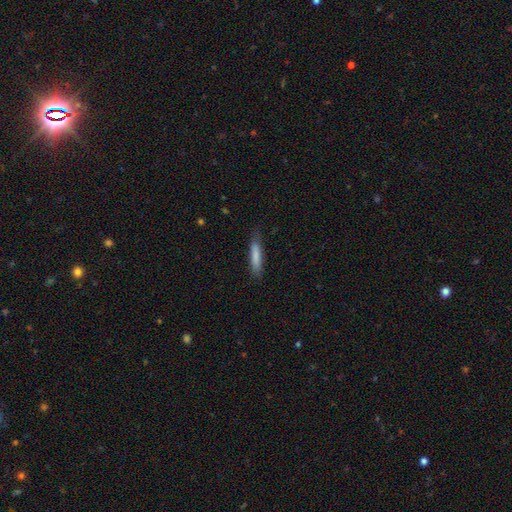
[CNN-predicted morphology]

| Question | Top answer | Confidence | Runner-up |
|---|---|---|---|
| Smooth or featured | smooth | 81% | featured or disk (13%) |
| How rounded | cigar-shaped | 86% | in between (13%) |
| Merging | none | 79% | minor disturbance (17%) |